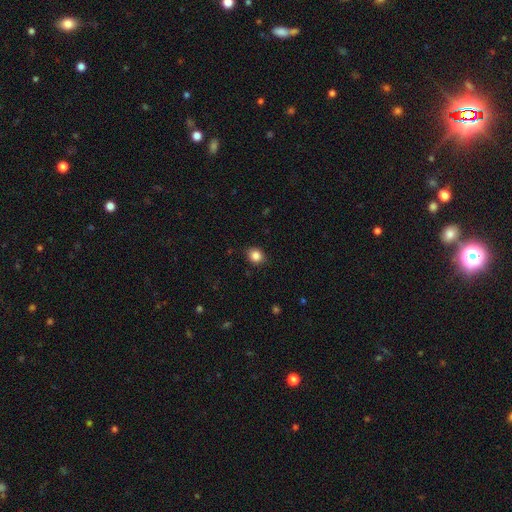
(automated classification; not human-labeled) smooth_or_featured: smooth (p=0.85) [alt: star or artifact p=0.10]
how_rounded: round (p=0.72) [alt: in between p=0.27]
merging: none (p=0.86) [alt: minor disturbance p=0.11]